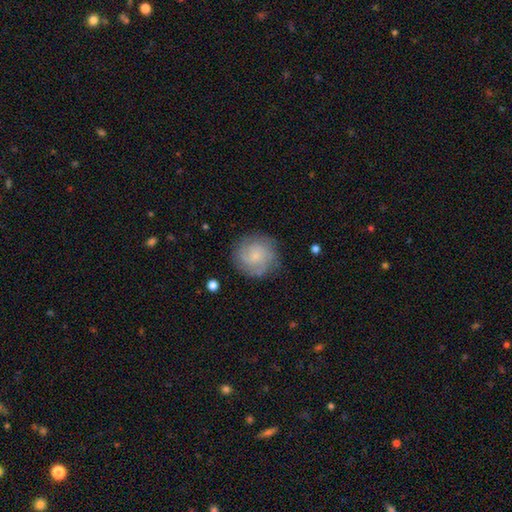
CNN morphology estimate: Smooth or featured: featured or disk — 49% (smooth — 43%)
Merging: none — 81% (minor disturbance — 13%)